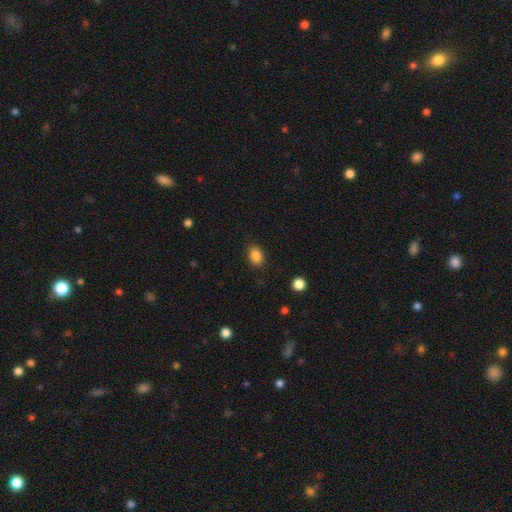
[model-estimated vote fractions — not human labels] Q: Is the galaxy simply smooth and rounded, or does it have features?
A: smooth — 87%.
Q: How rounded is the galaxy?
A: in between — 77%.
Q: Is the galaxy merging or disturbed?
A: none — 86%.